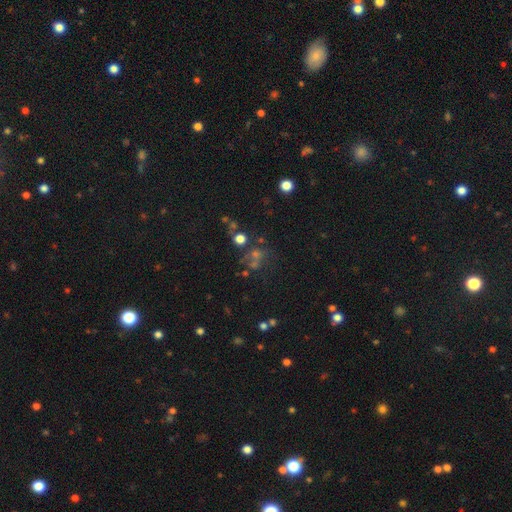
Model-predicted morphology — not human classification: smooth-or-featured: star or artifact: 47% | smooth: 34% | featured or disk: 18%